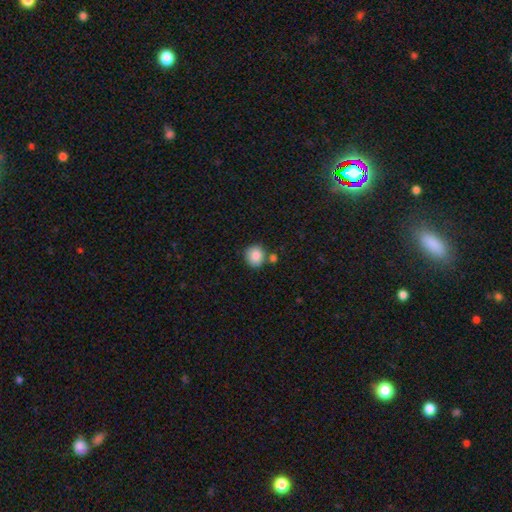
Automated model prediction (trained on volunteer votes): smooth-or-featured: smooth: 87% | star or artifact: 8% | featured or disk: 5%
  how-rounded: round: 83% | in between: 16% | cigar-shaped: 1%
  merging: none: 71% | merger: 14% | minor disturbance: 12% | major disturbance: 3%